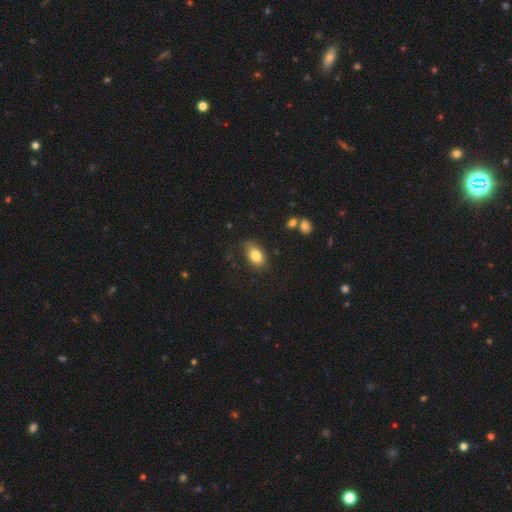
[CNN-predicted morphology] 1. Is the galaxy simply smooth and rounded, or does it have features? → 81% smooth, 11% featured or disk, 8% star or artifact.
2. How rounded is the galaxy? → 88% in between, 10% round, 2% cigar-shaped.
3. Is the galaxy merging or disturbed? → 75% none, 18% minor disturbance, 5% major disturbance, 2% merger.